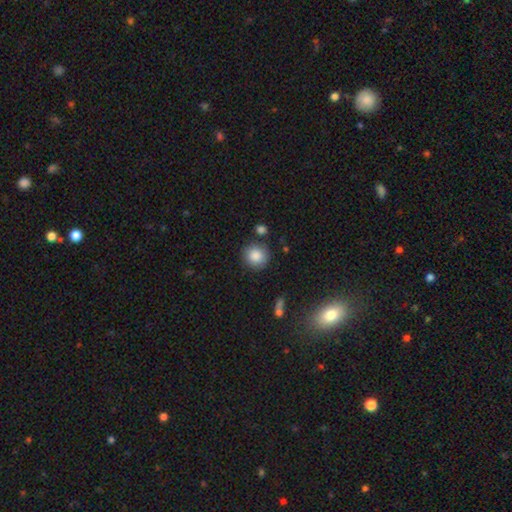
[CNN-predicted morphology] Smooth or featured? Predicted: smooth (p=0.86). How rounded? Predicted: round (p=0.91). Merging? Predicted: none (p=0.84).